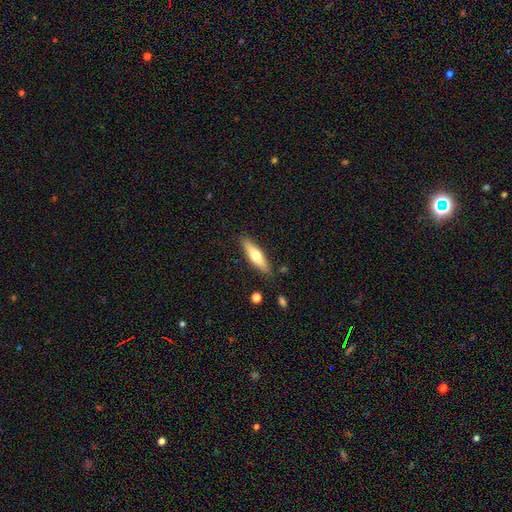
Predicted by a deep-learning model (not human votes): Smooth or featured? Predicted: smooth (p=0.51). How rounded? Predicted: cigar-shaped (p=0.64). Merging? Predicted: none (p=0.85).